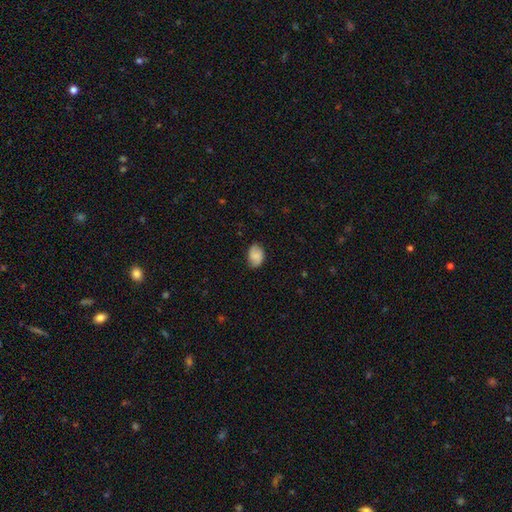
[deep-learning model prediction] Smooth or featured? smooth (72%)
How rounded? in between (80%)
Merging? none (80%)